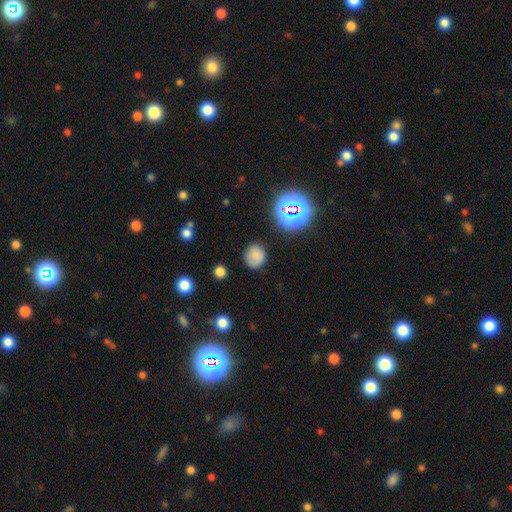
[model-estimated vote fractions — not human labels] Overall: smooth (75%). How rounded: round (84%). Merging: none (82%).